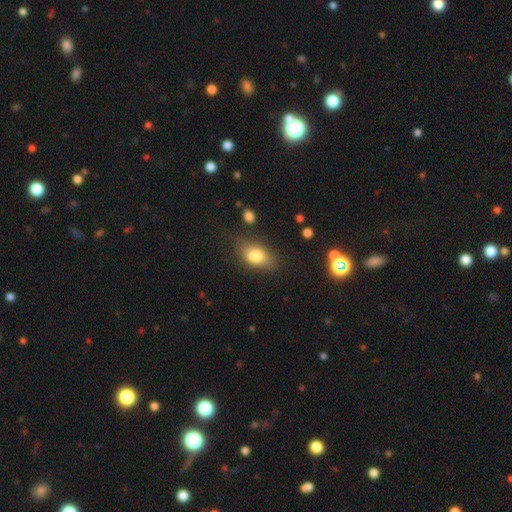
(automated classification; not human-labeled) Smooth or featured? smooth (80%)
How rounded? in between (86%)
Merging? none (69%)